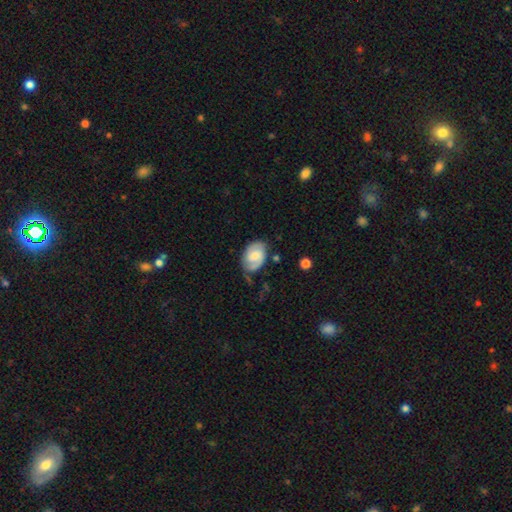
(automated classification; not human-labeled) Smooth or featured?
  - featured or disk: 63% *
  - smooth: 30%
  - star or artifact: 7%
Edge-on disk?
  - no: 97% *
  - yes: 3%
Bar?
  - weak: 47% *
  - no: 42%
  - strong: 11%
Spiral arms?
  - yes: 91% *
  - no: 9%
Spiral winding?
  - medium: 43% *
  - tight: 42%
  - loose: 15%
Spiral arm count?
  - 2: 76% *
  - can't tell: 11%
  - 1: 9%
  - 3: 2%
  - 4: 1%
  - more than 4: 1%
Bulge size?
  - moderate: 32% * (tied)
  - small: 32% * (tied)
  - none: 22%
  - large: 12%
  - dominant: 2%
Merging?
  - none: 65% *
  - minor disturbance: 24%
  - major disturbance: 8%
  - merger: 3%